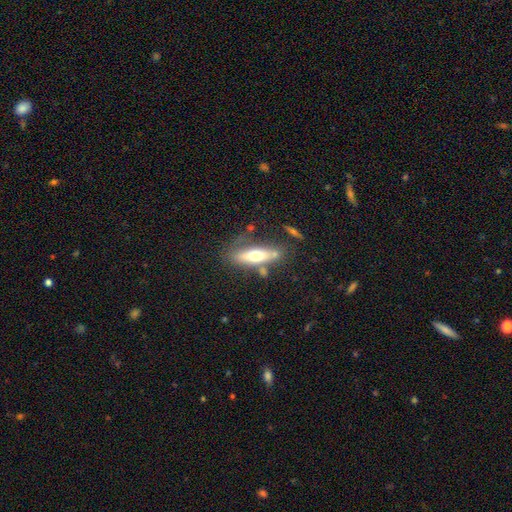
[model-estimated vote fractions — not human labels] Q: Smooth or featured?
A: smooth (52%); runner-up: featured or disk (41%)
Q: How rounded?
A: cigar-shaped (58%); runner-up: in between (39%)
Q: Merging?
A: none (60%); runner-up: minor disturbance (19%)